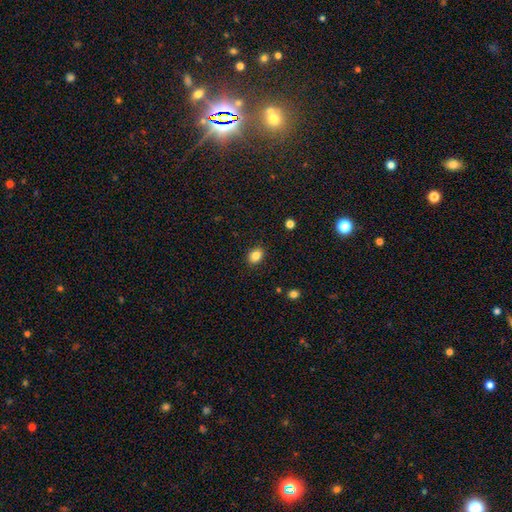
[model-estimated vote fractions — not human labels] This is clearly a smooth galaxy (85%). How rounded: likely in between (61%). Merging: clearly none (89%).